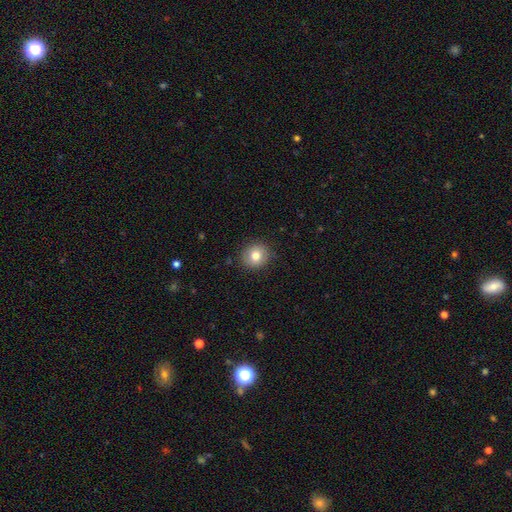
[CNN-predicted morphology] A smooth galaxy with no disk features (79%) that is round (87%).

Vote fractions:
- Smooth or featured? smooth: 79% / featured or disk: 11% / star or artifact: 10%
- How rounded? round: 87% / in between: 12% / cigar-shaped: 1%
- Merging? none: 89% / minor disturbance: 8% / major disturbance: 2% / merger: 1%